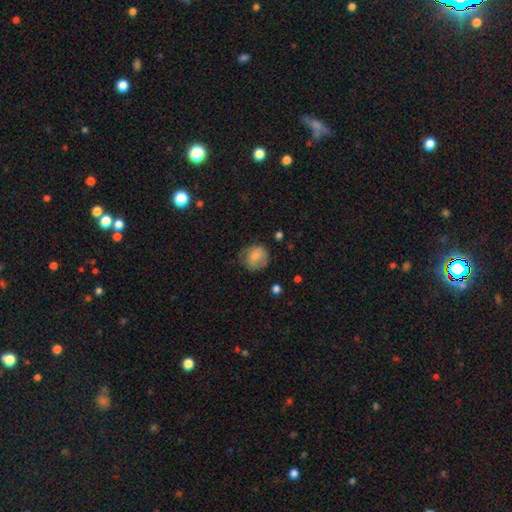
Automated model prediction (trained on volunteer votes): Overall: smooth (77%). How rounded: round (77%). Merging: none (59%; minor disturbance 27%).